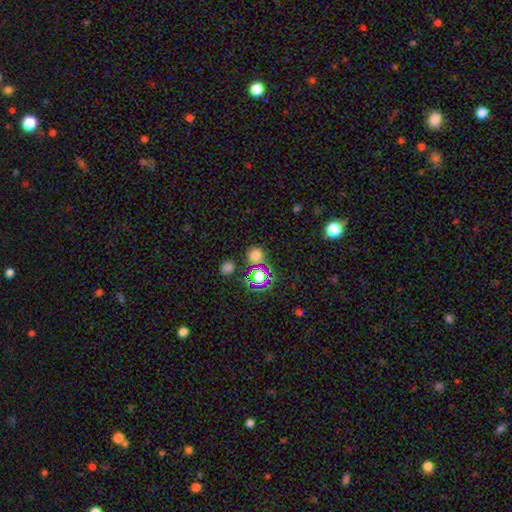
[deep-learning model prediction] Q: Smooth or featured?
A: smooth (67%); runner-up: star or artifact (27%)
Q: How rounded?
A: round (87%); runner-up: in between (12%)
Q: Merging?
A: none (77%); runner-up: minor disturbance (10%)